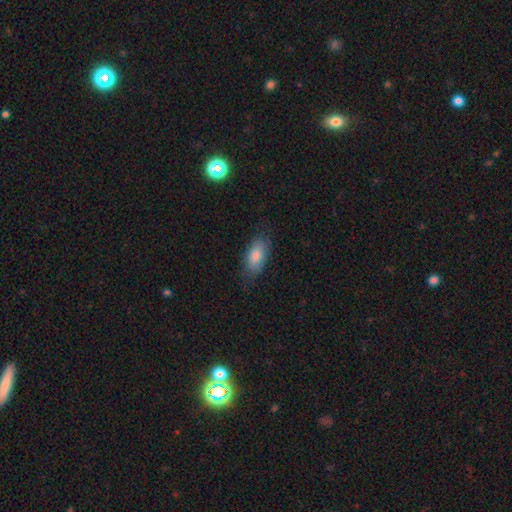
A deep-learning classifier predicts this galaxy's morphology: Q: Smooth or featured?
A: smooth (80%); runner-up: featured or disk (12%)
Q: How rounded?
A: in between (86%); runner-up: cigar-shaped (10%)
Q: Merging?
A: none (76%); runner-up: minor disturbance (18%)